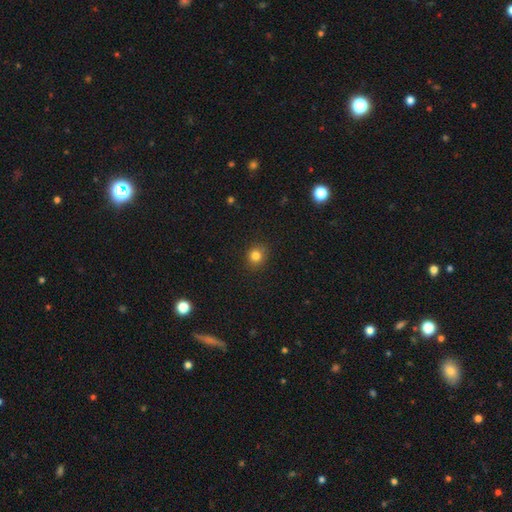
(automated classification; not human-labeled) This is clearly a smooth galaxy (82%). How rounded: clearly round (82%). Merging: clearly none (89%).